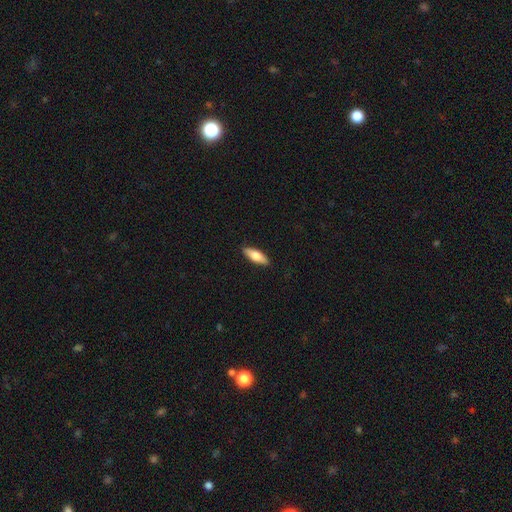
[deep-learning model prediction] This is likely a smooth galaxy (71%). How rounded: possibly in between (60%). Merging: clearly none (90%).